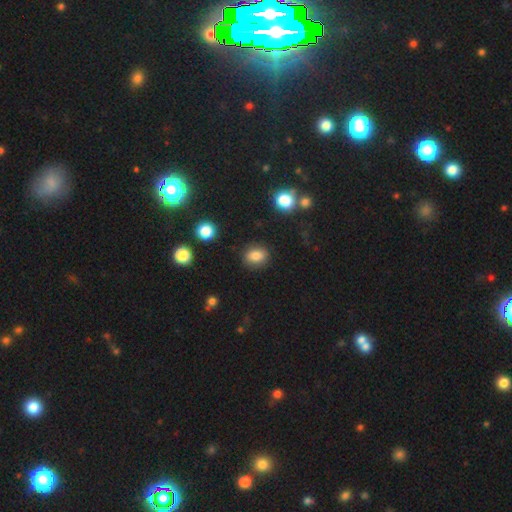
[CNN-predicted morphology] A smooth galaxy with no disk features (83%) that is in between round and cigar-shaped (60%).

Vote fractions:
- Smooth or featured? smooth: 83% / star or artifact: 11% / featured or disk: 6%
- How rounded? in between: 60% / round: 39% / cigar-shaped: 2%
- Merging? none: 84% / minor disturbance: 11% / major disturbance: 3% / merger: 2%